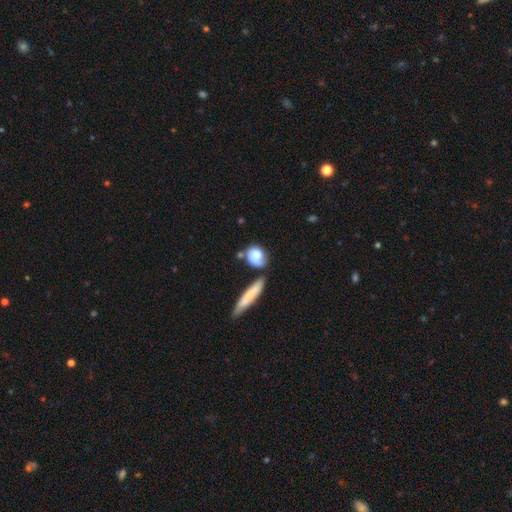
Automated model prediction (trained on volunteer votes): Smooth or featured: smooth — 72% (featured or disk — 20%)
How rounded: round — 50% (in between — 42%)
Merging: none — 45% (merger — 22%)